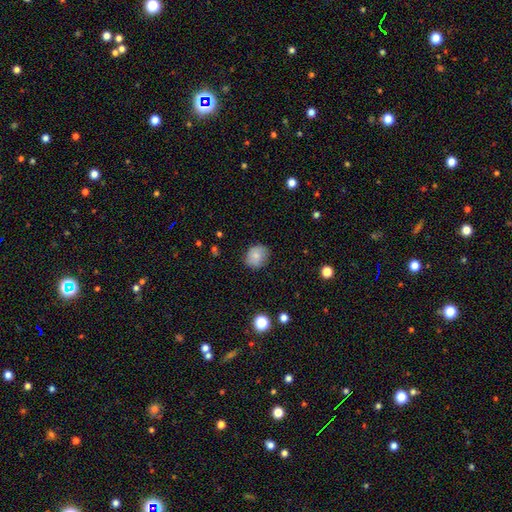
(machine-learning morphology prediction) This appears to be a smooth galaxy with no disk features (79%) that is round (68%). Merging: none (81%).